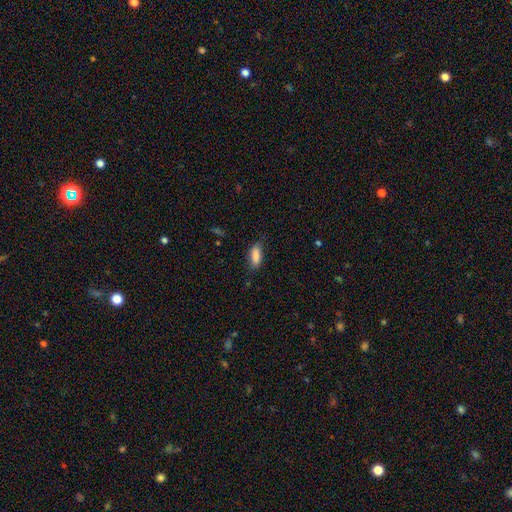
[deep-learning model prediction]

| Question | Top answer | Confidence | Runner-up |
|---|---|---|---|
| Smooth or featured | smooth | 85% | featured or disk (8%) |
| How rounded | in between | 82% | cigar-shaped (16%) |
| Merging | none | 70% | minor disturbance (23%) |